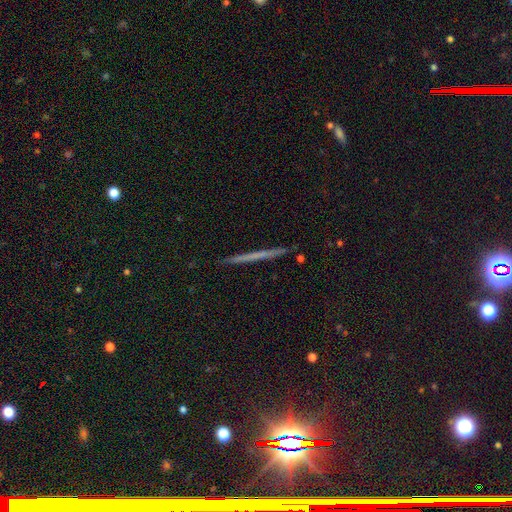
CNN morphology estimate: A featured or disk galaxy (48%).

Vote fractions:
- Smooth or featured? featured or disk: 48% / smooth: 42% / star or artifact: 9%
- Merging? none: 92% / minor disturbance: 5% / major disturbance: 1% / merger: 1%